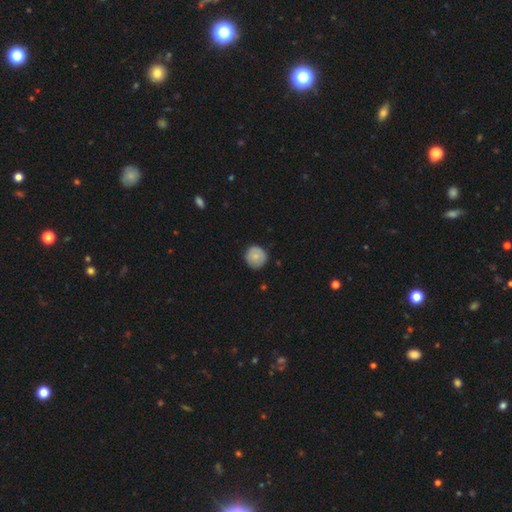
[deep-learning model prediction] The model was most divided on "smooth or featured": smooth: 78%, featured or disk: 15%, star or artifact: 7%. More confident: how rounded — round (94%); merging — none (86%).